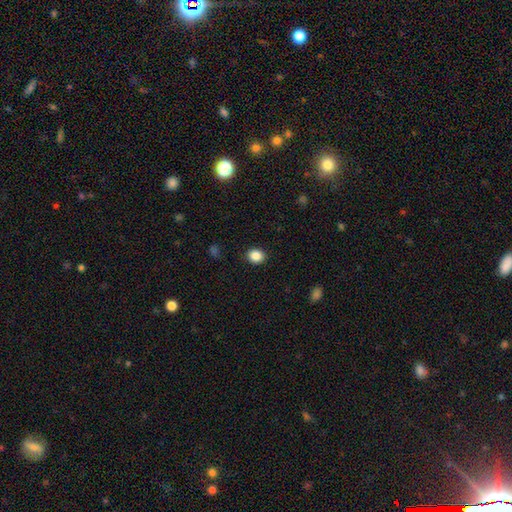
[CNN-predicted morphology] The model was most divided on "how rounded": round: 70%, in between: 29%, cigar-shaped: 1%. More confident: merging — none (90%); smooth or featured — smooth (86%).